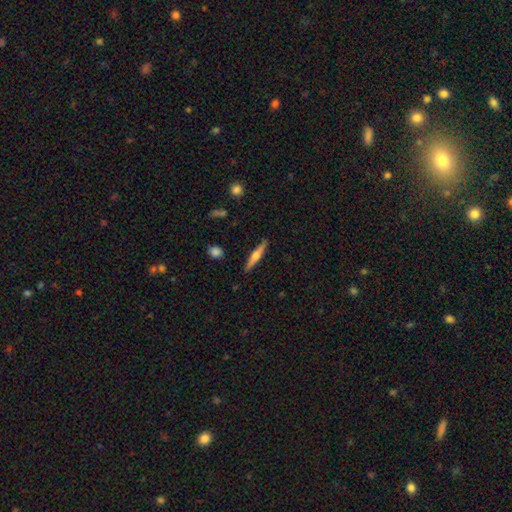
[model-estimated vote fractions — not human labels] featured or disk 54%, smooth 40%, star or artifact 6%. Down the decision tree: edge-on disk — yes (96%); edge-on bulge — rounded (87%); merging — none (89%).